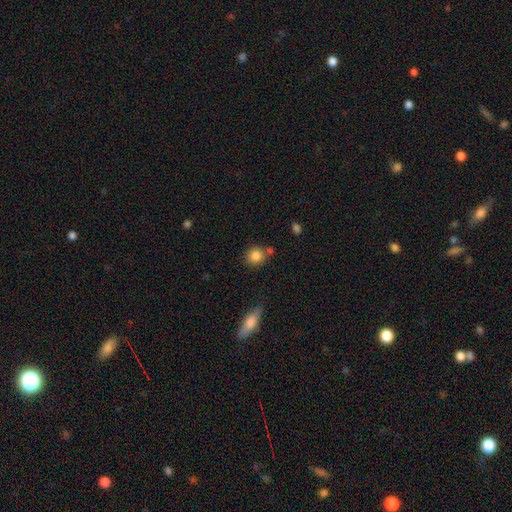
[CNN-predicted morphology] Smooth or featured? smooth (85%)
How rounded? round (79%)
Merging? none (71%)